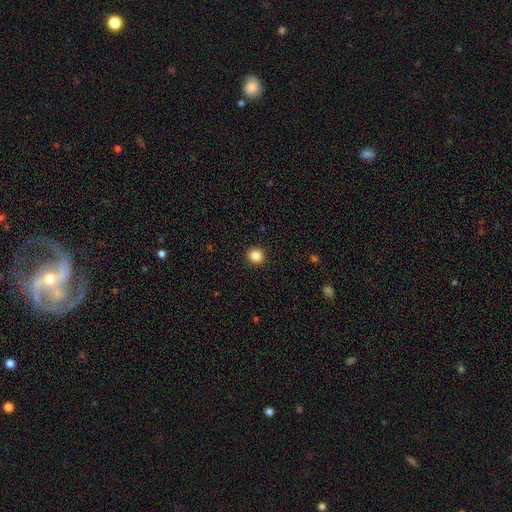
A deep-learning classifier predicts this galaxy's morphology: Smooth or featured?
  - smooth: 85% *
  - star or artifact: 11%
  - featured or disk: 4%
How rounded?
  - round: 93% *
  - in between: 6%
  - cigar-shaped: 1%
Merging?
  - none: 93% *
  - minor disturbance: 4%
  - major disturbance: 2%
  - merger: 1%